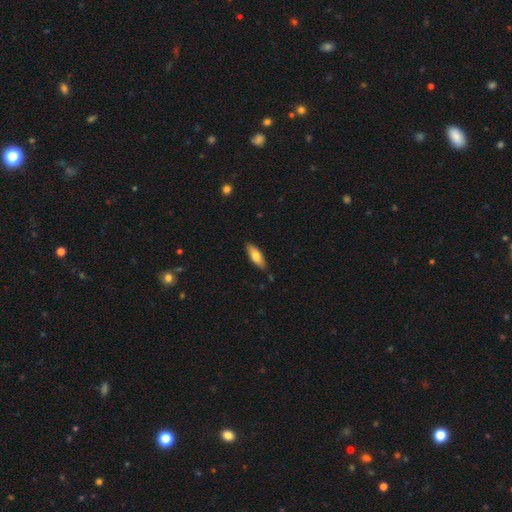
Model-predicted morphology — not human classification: Q: Smooth or featured?
A: smooth (74%); runner-up: featured or disk (20%)
Q: How rounded?
A: in between (63%); runner-up: cigar-shaped (35%)
Q: Merging?
A: none (84%); runner-up: minor disturbance (12%)